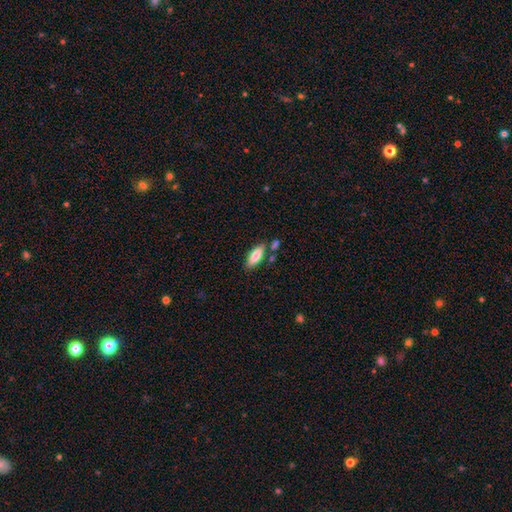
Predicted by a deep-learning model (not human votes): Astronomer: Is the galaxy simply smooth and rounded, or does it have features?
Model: smooth — 82%.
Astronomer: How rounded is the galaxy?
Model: in between — 68%.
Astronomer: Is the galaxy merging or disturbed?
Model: none — 72%.